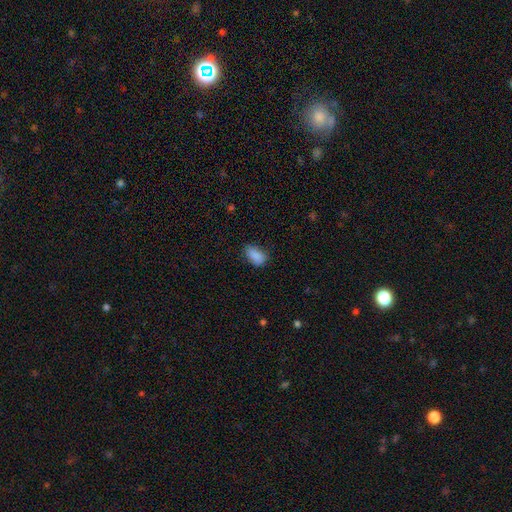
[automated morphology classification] type=smooth (88%); roundness=in between (91%); merging=none (70%).